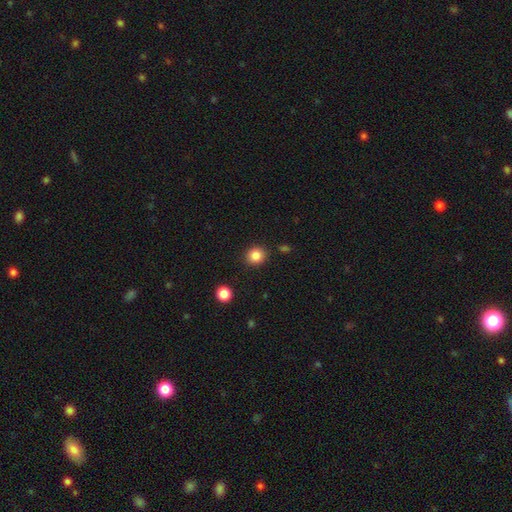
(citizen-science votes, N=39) smooth 85%, star or artifact 10%, featured or disk 5%. Down the decision tree: how rounded — round (82%); merging — none (77%).